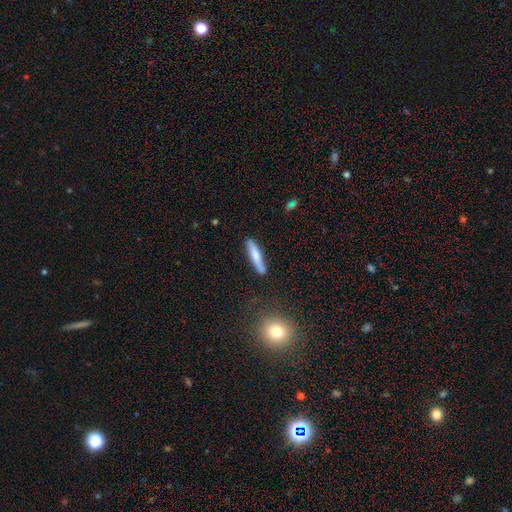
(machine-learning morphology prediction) Smooth or featured?
  - smooth: 67% *
  - featured or disk: 27%
  - star or artifact: 6%
How rounded?
  - cigar-shaped: 86% *
  - in between: 12%
  - round: 2%
Merging?
  - none: 79% *
  - minor disturbance: 15%
  - merger: 3%
  - major disturbance: 3%